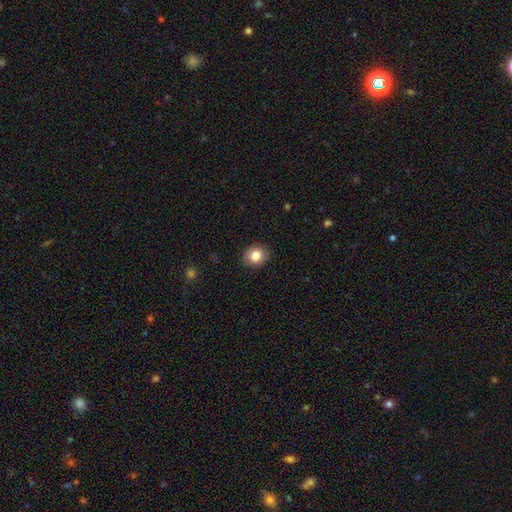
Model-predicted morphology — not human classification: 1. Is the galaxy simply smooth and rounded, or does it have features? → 83% smooth, 9% star or artifact, 8% featured or disk.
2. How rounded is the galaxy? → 65% round, 34% in between, 1% cigar-shaped.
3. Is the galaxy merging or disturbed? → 89% none, 8% minor disturbance, 2% major disturbance, 1% merger.